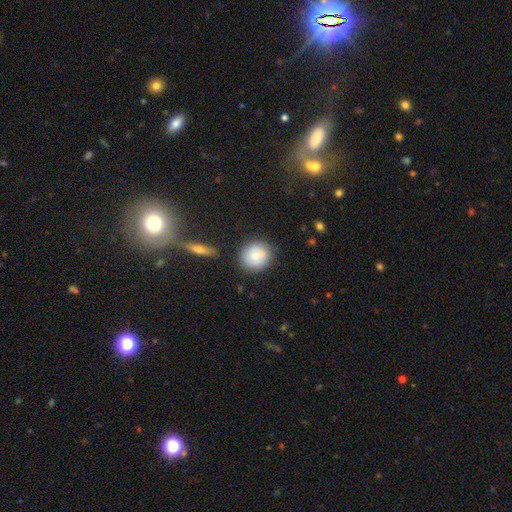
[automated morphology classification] smooth-or-featured: smooth: 79% | featured or disk: 13% | star or artifact: 8%
  how-rounded: round: 89% | in between: 10% | cigar-shaped: 1%
  merging: none: 80% | minor disturbance: 11% | merger: 6% | major disturbance: 3%